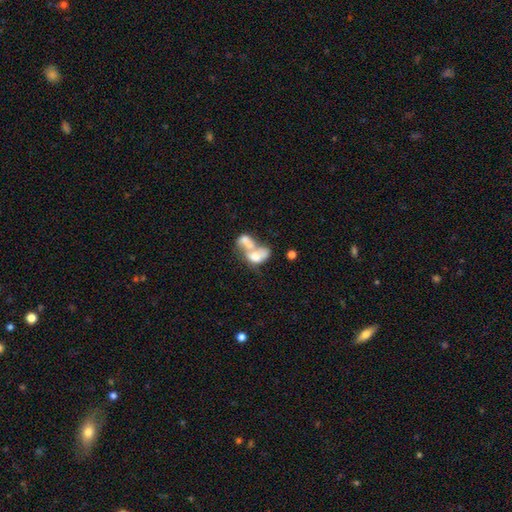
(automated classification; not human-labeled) smooth-or-featured: smooth: 54% | featured or disk: 36% | star or artifact: 10%
  how-rounded: in between: 79% | round: 19% | cigar-shaped: 3%
  merging: merger: 75% | major disturbance: 11% | none: 8% | minor disturbance: 5%